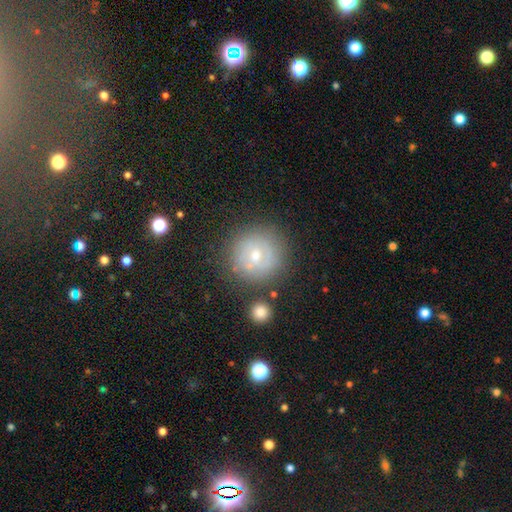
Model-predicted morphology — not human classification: Overall: smooth (51%; featured or disk 40%). How rounded: round (93%). Merging: none (75%).